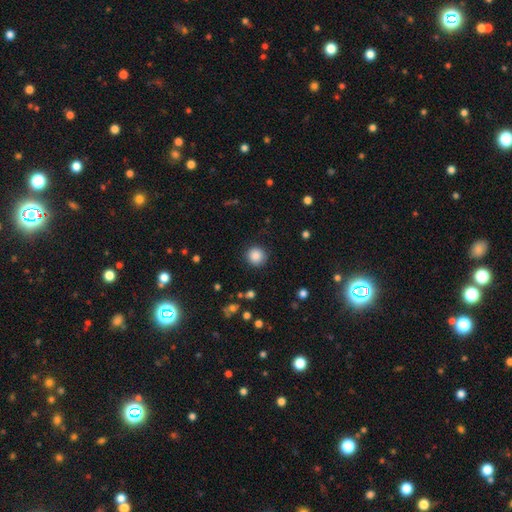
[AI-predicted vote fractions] Overall: smooth (87%). How rounded: round (94%). Merging: none (90%).